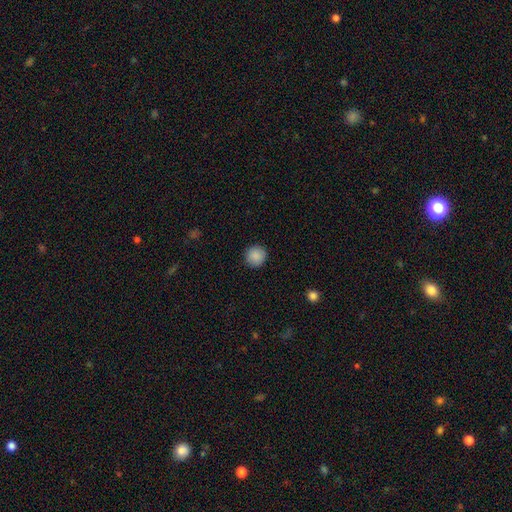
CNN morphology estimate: Overall: smooth (89%). How rounded: round (94%). Merging: none (92%).